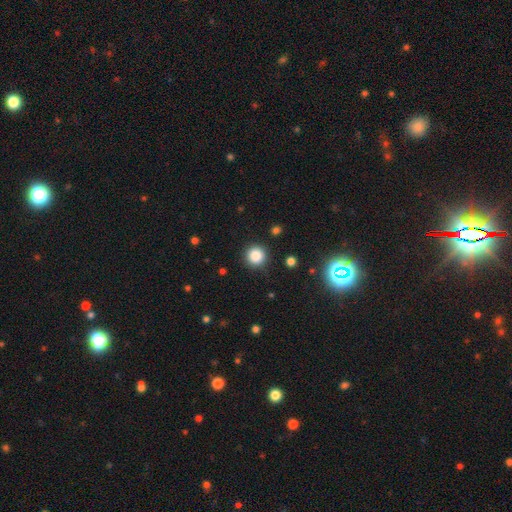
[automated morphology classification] A smooth galaxy with no disk features (84%) that is round (95%). Merging: none (90%).